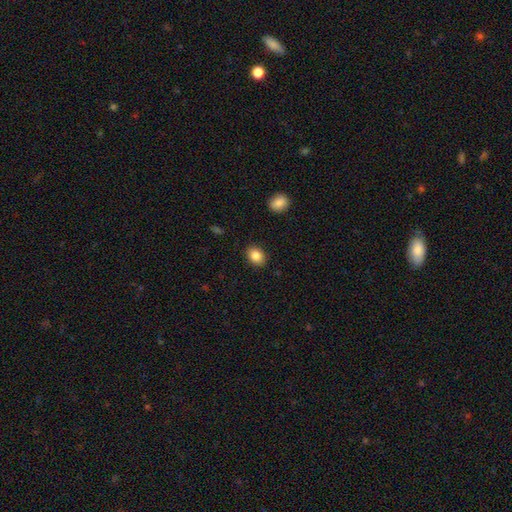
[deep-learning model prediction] smooth 85%, star or artifact 9%, featured or disk 6%. Down the decision tree: how rounded — in between (58%); merging — none (89%).